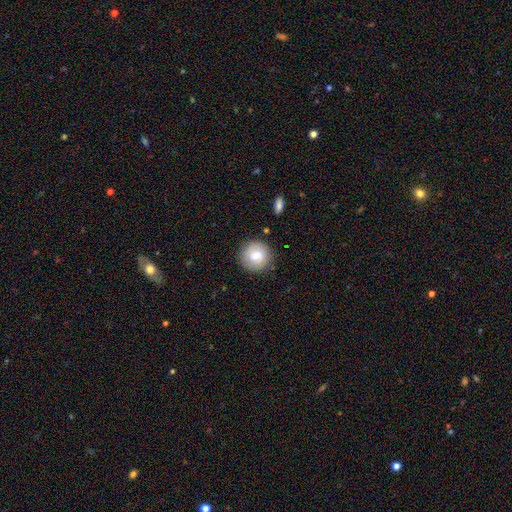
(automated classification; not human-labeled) A smooth galaxy with no disk features (74%) that is round (94%).

Vote fractions:
- Smooth or featured? smooth: 74% / featured or disk: 18% / star or artifact: 8%
- How rounded? round: 94% / in between: 5% / cigar-shaped: 1%
- Merging? none: 86% / minor disturbance: 9% / major disturbance: 3% / merger: 2%